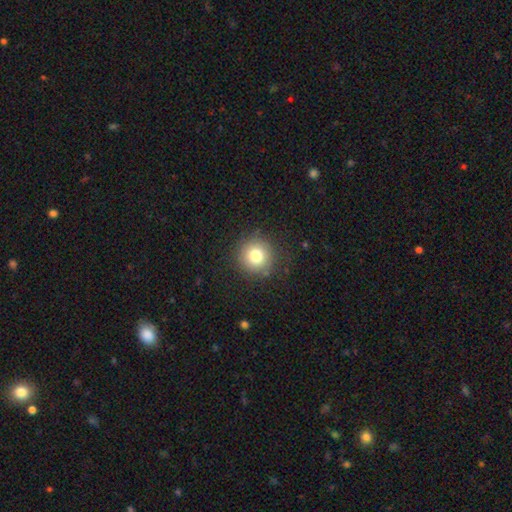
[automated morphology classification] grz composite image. It shows a smooth galaxy with no disk features (78%) that is round (94%). Merging: none (88%).